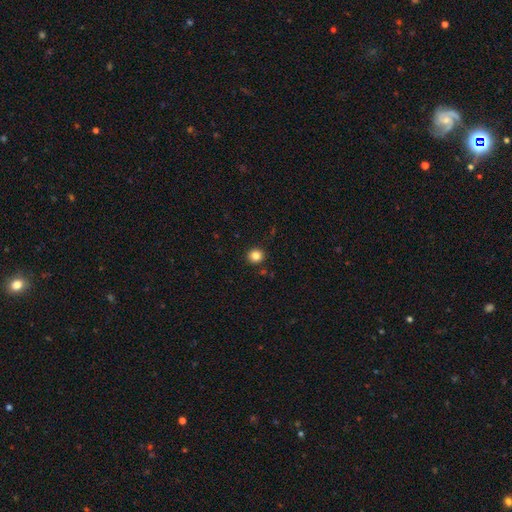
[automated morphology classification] Smooth or featured?
  - smooth: 84% *
  - star or artifact: 12%
  - featured or disk: 5%
How rounded?
  - round: 88% *
  - in between: 11%
  - cigar-shaped: 1%
Merging?
  - none: 91% *
  - minor disturbance: 5%
  - merger: 2%
  - major disturbance: 2%